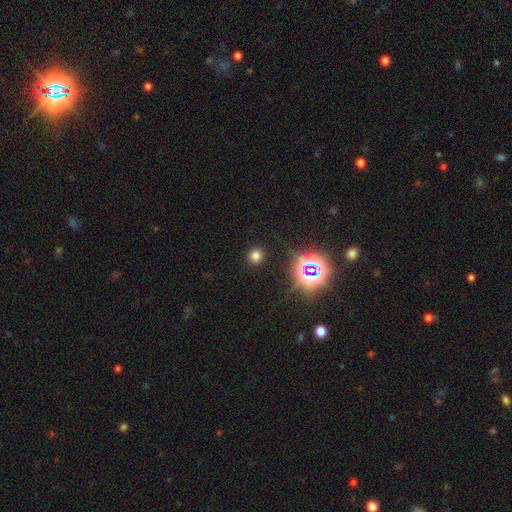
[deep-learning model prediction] Smooth or featured?
  - smooth: 70% *
  - star or artifact: 24%
  - featured or disk: 6%
How rounded?
  - round: 90% *
  - in between: 9%
  - cigar-shaped: 1%
Merging?
  - none: 89% *
  - minor disturbance: 6%
  - major disturbance: 3%
  - merger: 2%